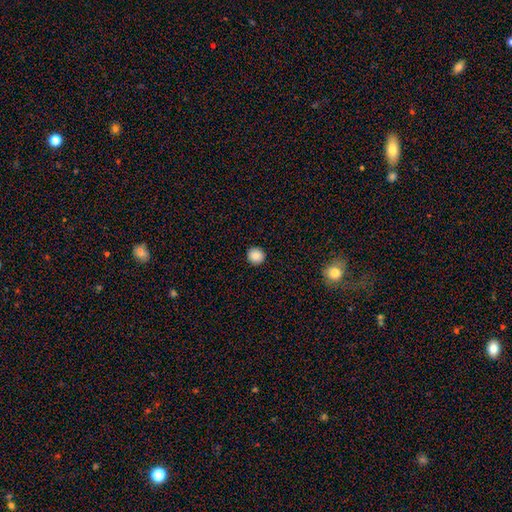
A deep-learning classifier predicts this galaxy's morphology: This appears to be a smooth galaxy with no disk features (86%) that is round (93%). Merging: none (93%).